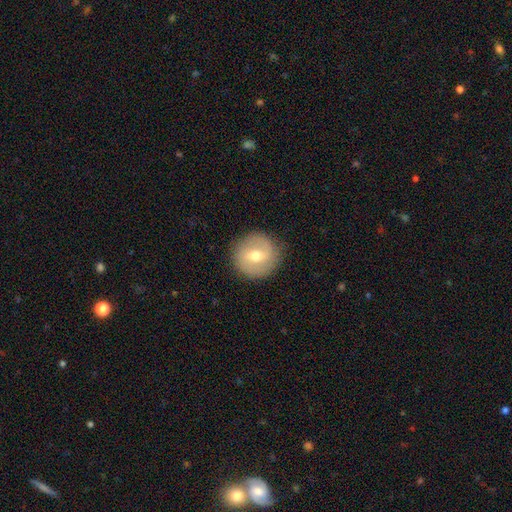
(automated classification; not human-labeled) This is possibly a smooth galaxy (47%). Merging: clearly none (87%).